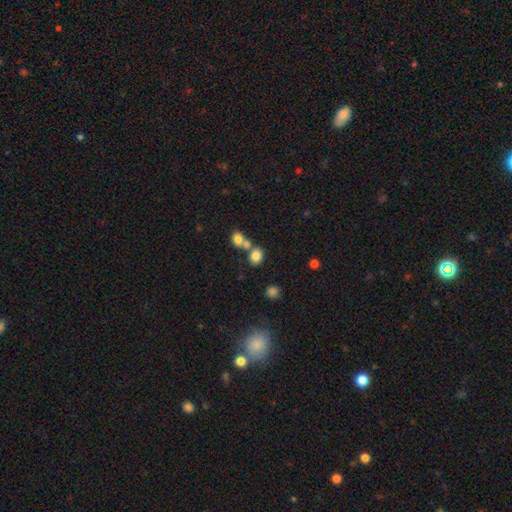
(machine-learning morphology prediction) A smooth galaxy with no disk features (80%) that is round (50%). Merging: none (45%).